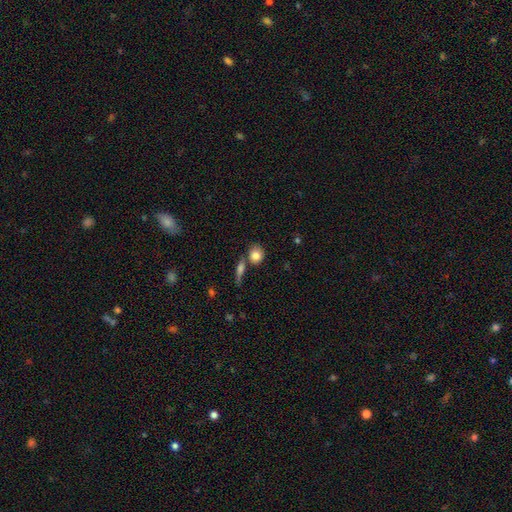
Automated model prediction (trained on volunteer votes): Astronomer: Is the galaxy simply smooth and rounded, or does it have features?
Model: smooth — 81%.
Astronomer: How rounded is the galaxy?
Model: round — 69%.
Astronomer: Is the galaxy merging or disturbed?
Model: none — 60%.